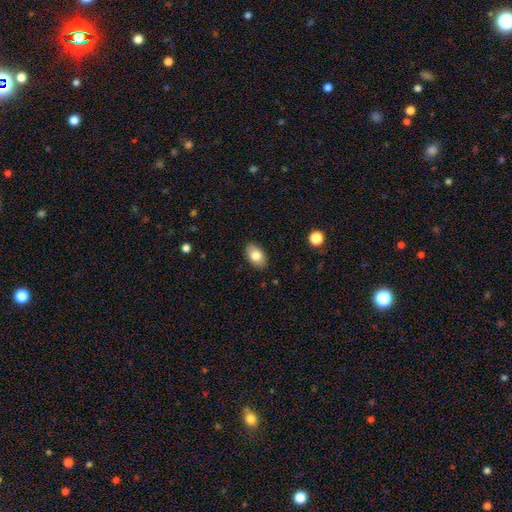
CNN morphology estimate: type=smooth (80%); roundness=in between (88%); merging=none (86%).